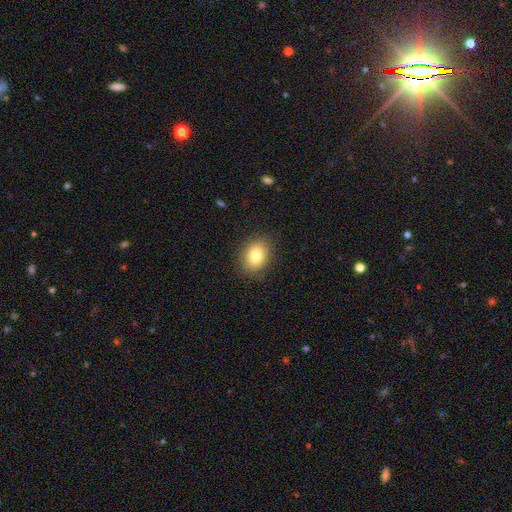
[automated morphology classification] Smooth or featured? Predicted: smooth (p=0.80). How rounded? Predicted: in between (p=0.63). Merging? Predicted: none (p=0.85).